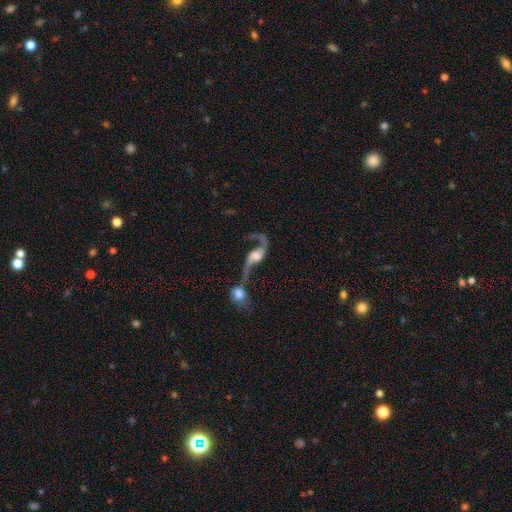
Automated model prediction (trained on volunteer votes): featured or disk 84%, smooth 10%, star or artifact 6%. Down the decision tree: edge-on disk — no (94%); bar — no (47%); spiral arms — yes (93%); spiral arm count — 2 (85%); spiral winding — loose (88%); bulge size — moderate (38%); merging — merger (57%).